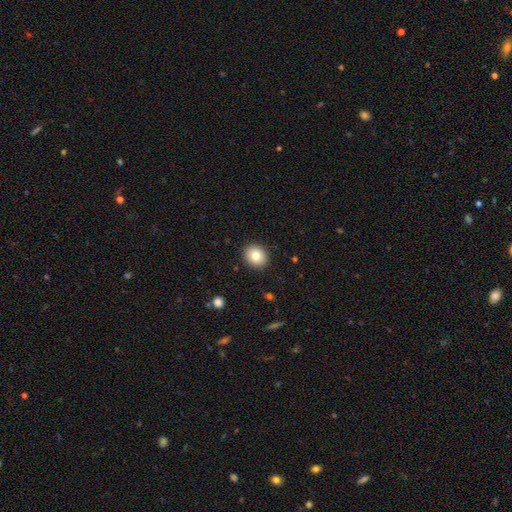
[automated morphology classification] This appears to be a smooth galaxy with no disk features (80%) that is round (64%). Merging: none (90%).